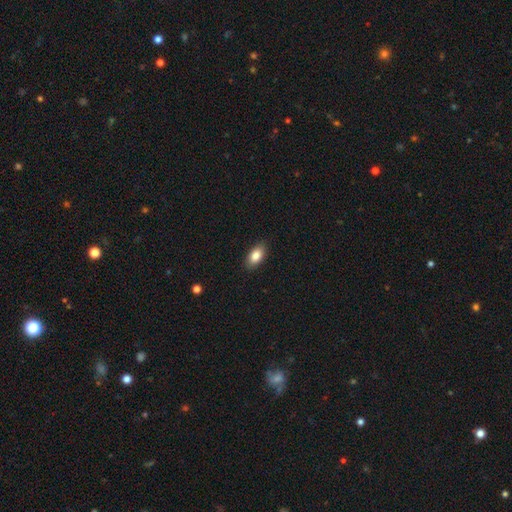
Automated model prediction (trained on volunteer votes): Morphology: type=smooth (85%); roundness=in between (91%); merging=none (88%).